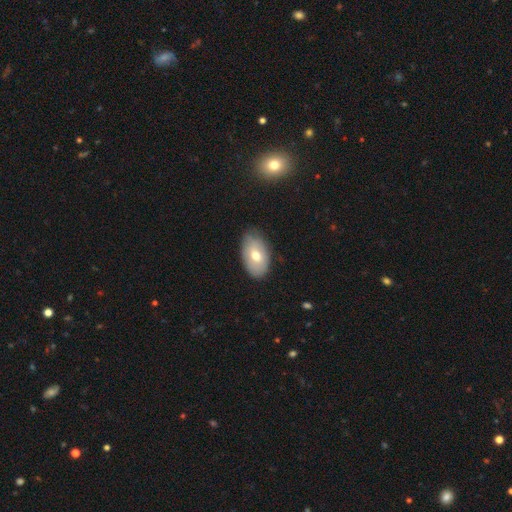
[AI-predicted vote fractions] Smooth or featured? smooth (66%)
How rounded? in between (91%)
Merging? none (74%)